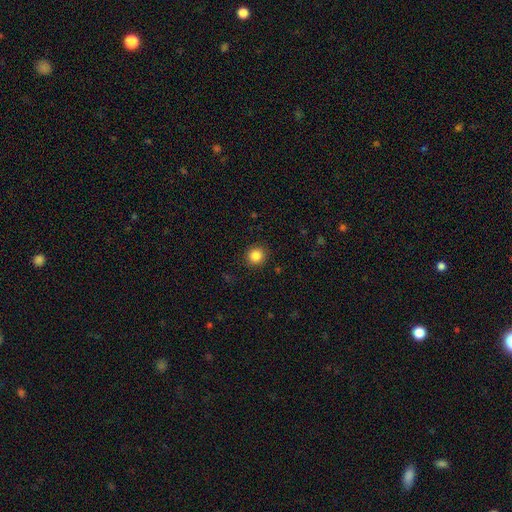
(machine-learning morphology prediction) type=smooth (85%); roundness=round (92%); merging=none (91%).